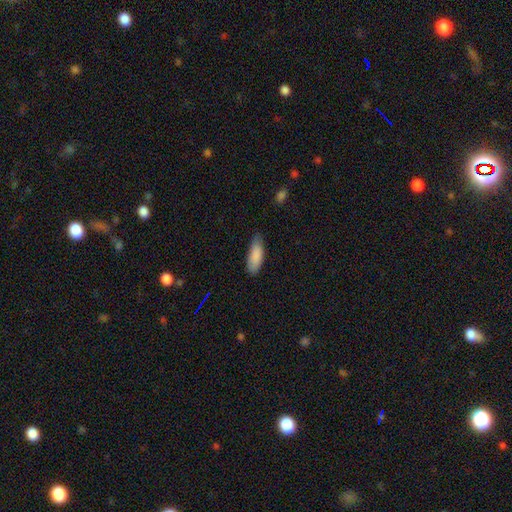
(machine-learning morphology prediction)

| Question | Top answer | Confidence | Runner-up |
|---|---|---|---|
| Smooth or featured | smooth | 88% | star or artifact (6%) |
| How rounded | in between | 69% | cigar-shaped (29%) |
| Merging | none | 69% | minor disturbance (26%) |